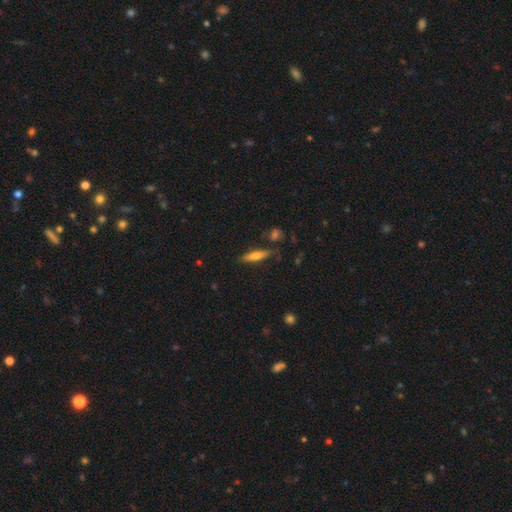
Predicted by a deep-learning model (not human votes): Smooth or featured?
  - smooth: 59% *
  - featured or disk: 34%
  - star or artifact: 7%
How rounded?
  - cigar-shaped: 78% *
  - in between: 20%
  - round: 2%
Merging?
  - none: 79% *
  - minor disturbance: 13%
  - merger: 4%
  - major disturbance: 3%